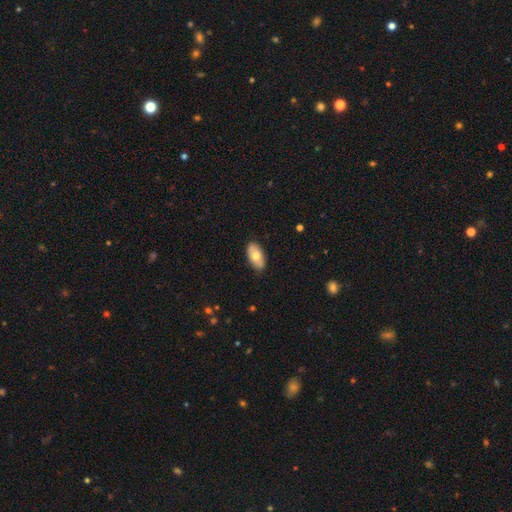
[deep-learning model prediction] A smooth galaxy with no disk features (65%) that is in between round and cigar-shaped (93%).

Vote fractions:
- Smooth or featured? smooth: 65% / featured or disk: 29% / star or artifact: 6%
- How rounded? in between: 93% / cigar-shaped: 3% / round: 3%
- Merging? none: 86% / minor disturbance: 11% / major disturbance: 2% / merger: 1%